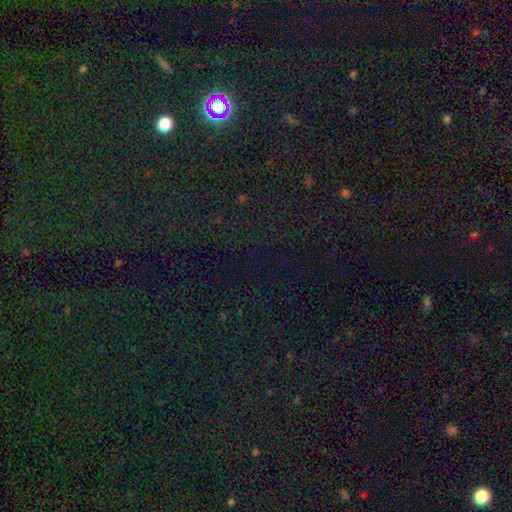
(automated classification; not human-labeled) A star or artifact, not a galaxy (71%).